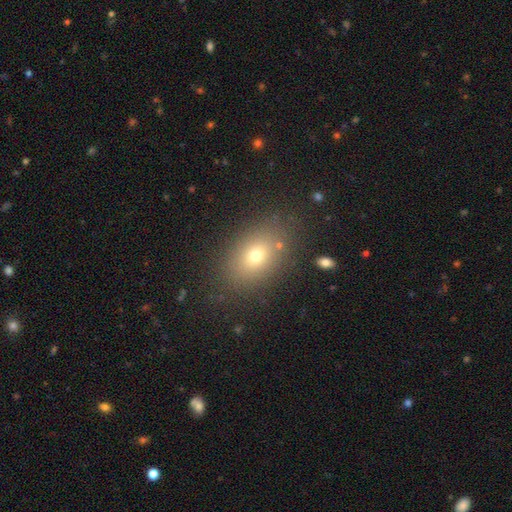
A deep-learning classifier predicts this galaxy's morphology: type=smooth (70%); roundness=in between (77%); merging=none (84%).